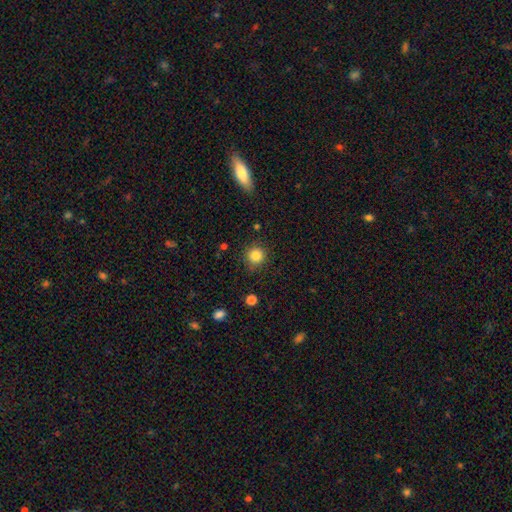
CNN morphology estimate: Smooth or featured?
  - smooth: 84% *
  - star or artifact: 11%
  - featured or disk: 5%
How rounded?
  - round: 93% *
  - in between: 6%
  - cigar-shaped: 1%
Merging?
  - none: 87% *
  - minor disturbance: 9%
  - major disturbance: 3%
  - merger: 2%